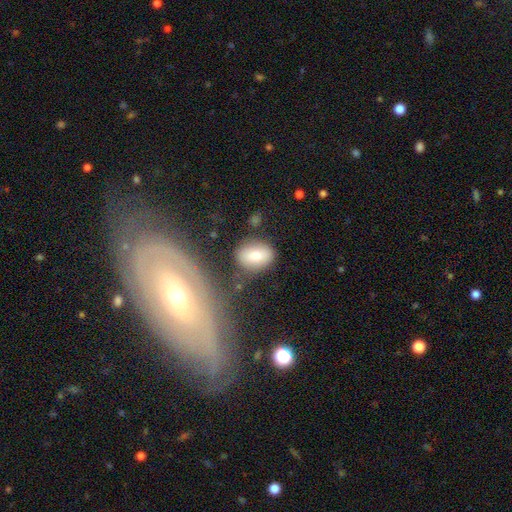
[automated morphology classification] Smooth or featured? smooth (79%)
How rounded? in between (69%)
Merging? none (74%)